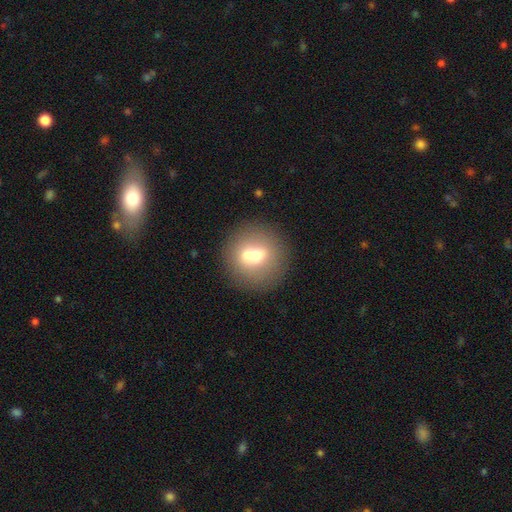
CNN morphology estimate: Smooth or featured?
  - smooth: 59% *
  - featured or disk: 30%
  - star or artifact: 11%
How rounded?
  - round: 92% *
  - in between: 7%
  - cigar-shaped: 1%
Merging?
  - none: 68% *
  - merger: 19%
  - minor disturbance: 9%
  - major disturbance: 4%